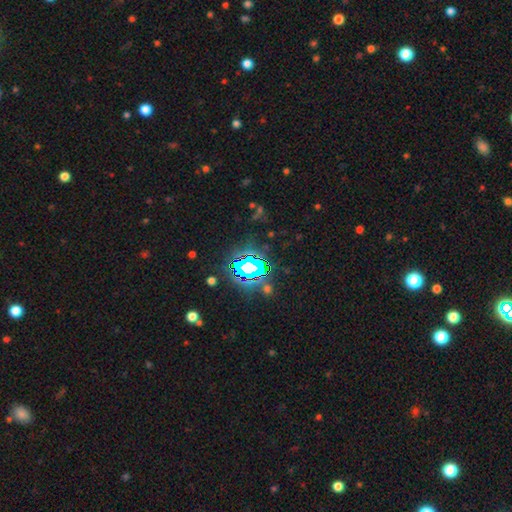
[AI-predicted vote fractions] Smooth or featured? star or artifact (83%)